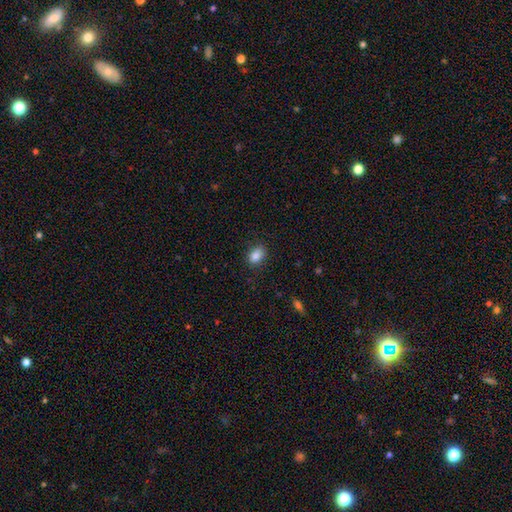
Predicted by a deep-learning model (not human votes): Morphology: type=smooth (86%); roundness=in between (74%); merging=none (82%).